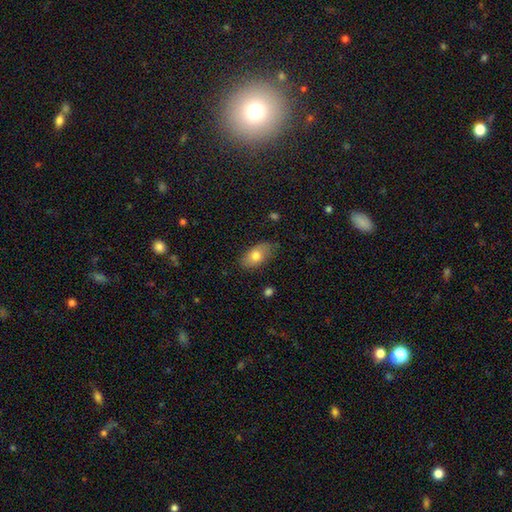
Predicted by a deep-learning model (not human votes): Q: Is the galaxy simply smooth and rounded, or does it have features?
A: smooth — 76%.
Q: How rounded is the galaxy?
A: in between — 91%.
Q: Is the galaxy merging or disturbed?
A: none — 78%.